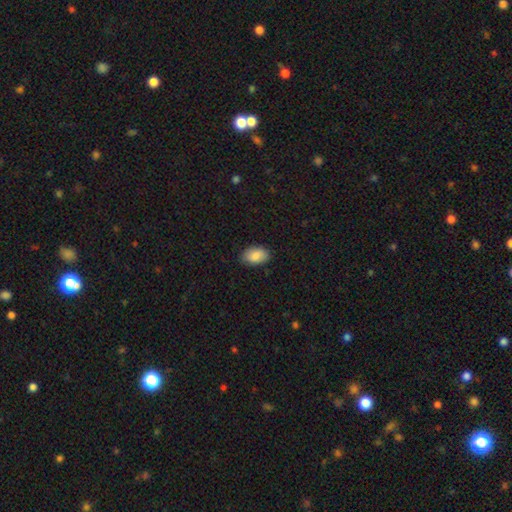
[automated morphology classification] Smooth or featured: smooth — 87% (star or artifact — 7%)
How rounded: in between — 92% (round — 7%)
Merging: none — 84% (minor disturbance — 13%)